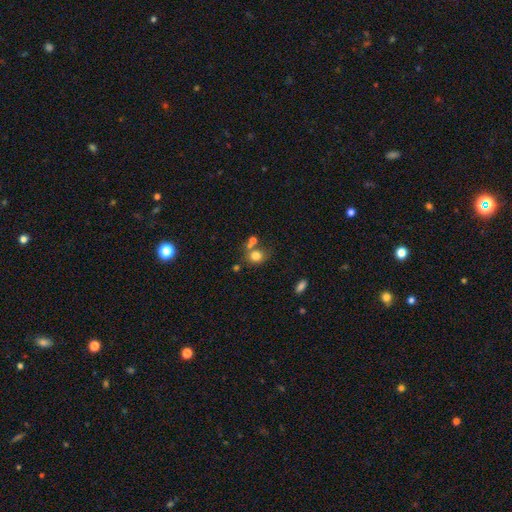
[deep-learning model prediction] A smooth galaxy with no disk features (78%) that is round (70%).

Vote fractions:
- Smooth or featured? smooth: 78% / star or artifact: 12% / featured or disk: 10%
- How rounded? round: 70% / in between: 29% / cigar-shaped: 1%
- Merging? none: 53% / merger: 28% / minor disturbance: 13% / major disturbance: 6%